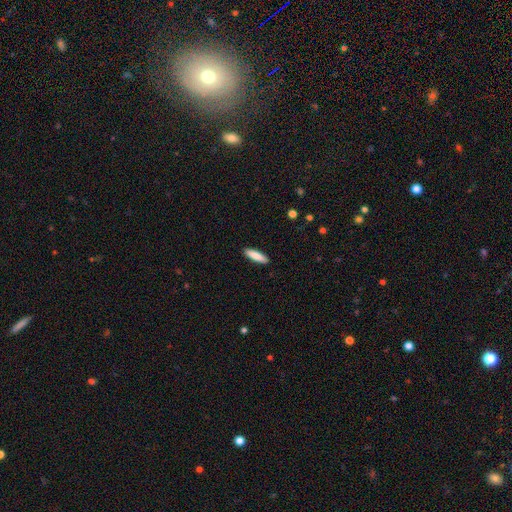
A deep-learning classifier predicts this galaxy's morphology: Overall: smooth (86%). How rounded: cigar-shaped (71%). Merging: none (91%).